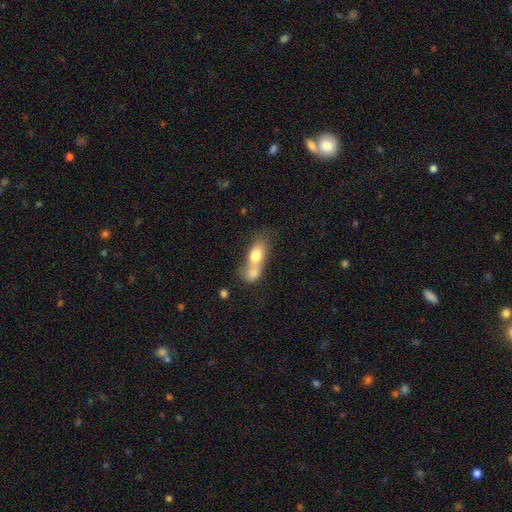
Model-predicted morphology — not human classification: Smooth or featured?
  - smooth: 71% *
  - featured or disk: 21%
  - star or artifact: 8%
How rounded?
  - in between: 71% *
  - round: 20%
  - cigar-shaped: 9%
Merging?
  - merger: 73% *
  - none: 15%
  - minor disturbance: 7%
  - major disturbance: 5%